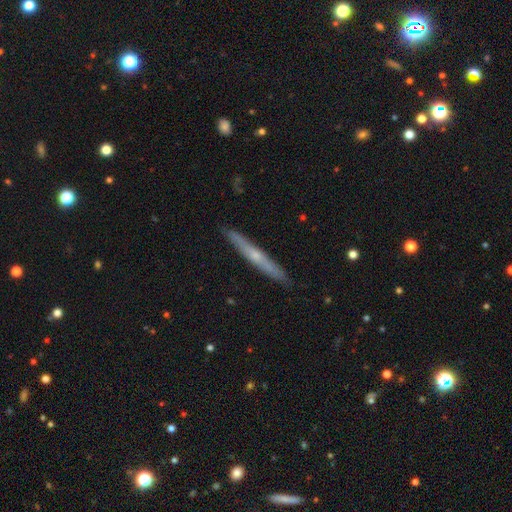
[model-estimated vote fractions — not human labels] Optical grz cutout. It shows a featured or disk galaxy (60%) viewed edge-on (95%) with a rounded central bulge (57%). Merging: none (90%).